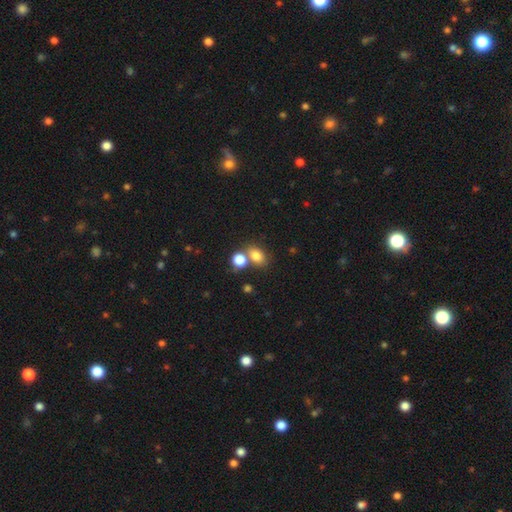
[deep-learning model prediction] Smooth or featured?
  - smooth: 80% *
  - star or artifact: 12%
  - featured or disk: 8%
How rounded?
  - in between: 67% *
  - round: 32%
  - cigar-shaped: 2%
Merging?
  - none: 52% *
  - merger: 34%
  - minor disturbance: 10%
  - major disturbance: 4%